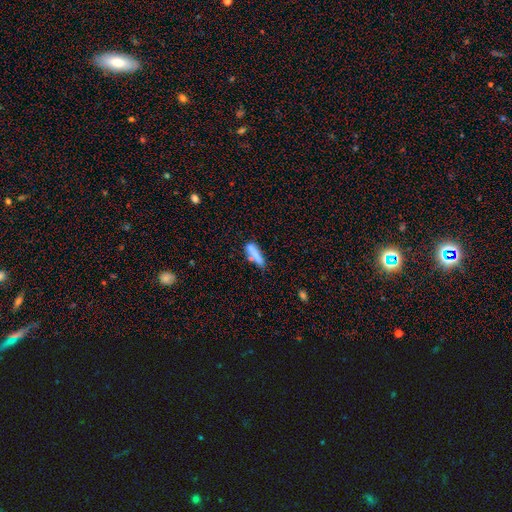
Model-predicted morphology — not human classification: smooth_or_featured: smooth (p=0.71) [alt: featured or disk p=0.19]
how_rounded: cigar-shaped (p=0.66) [alt: in between p=0.30]
merging: none (p=0.52) [alt: merger p=0.22]